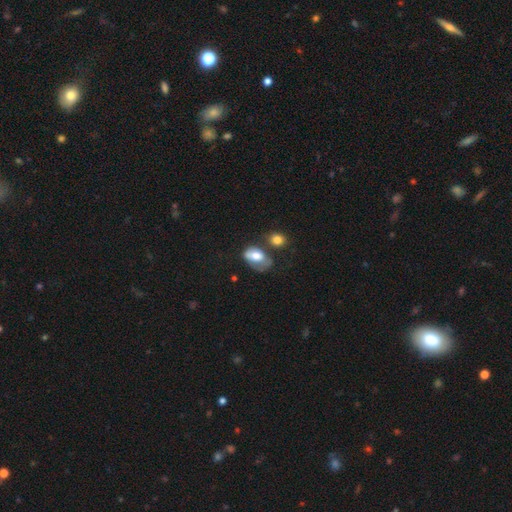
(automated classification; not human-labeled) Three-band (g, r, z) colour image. It shows a smooth galaxy with no disk features (65%) that is in between round and cigar-shaped (83%). Merging: minor disturbance (26%, tied with none).